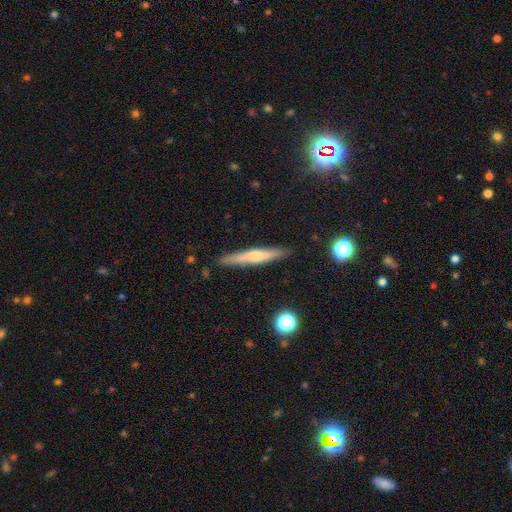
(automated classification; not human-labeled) Smooth or featured? Predicted: smooth (p=0.48). Merging? Predicted: none (p=0.88).